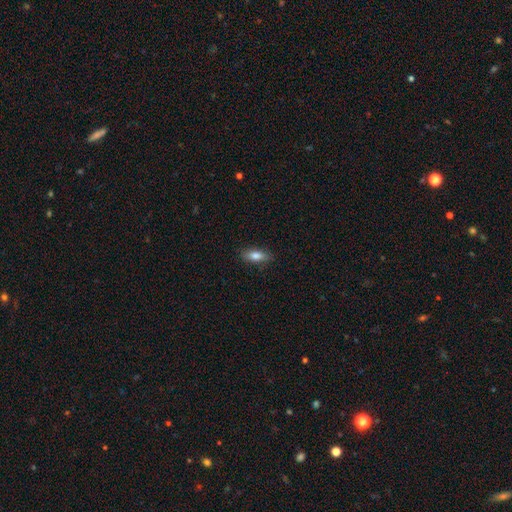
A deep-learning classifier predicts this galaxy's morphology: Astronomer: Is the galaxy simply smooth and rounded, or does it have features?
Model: smooth — 80%.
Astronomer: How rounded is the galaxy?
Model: in between — 73%.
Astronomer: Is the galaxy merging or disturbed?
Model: none — 87%.